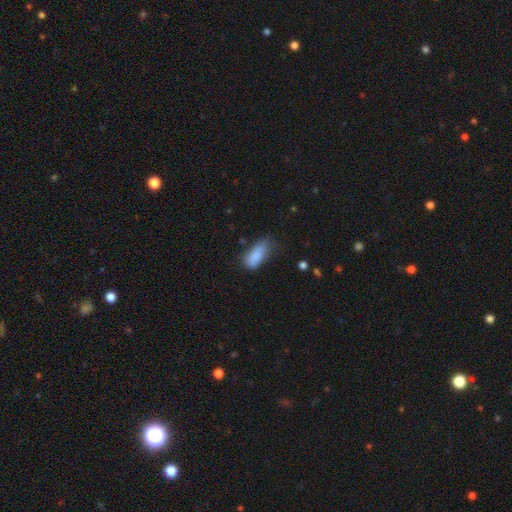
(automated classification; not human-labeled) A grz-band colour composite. It shows a smooth galaxy with no disk features (85%) that is in between round and cigar-shaped (82%). Merging: none (45%).